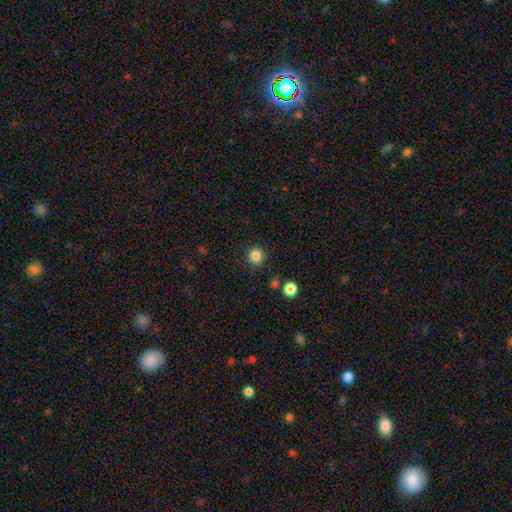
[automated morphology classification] The model was most divided on "smooth or featured": smooth: 85%, star or artifact: 11%, featured or disk: 4%. More confident: how rounded — round (93%); merging — none (88%).